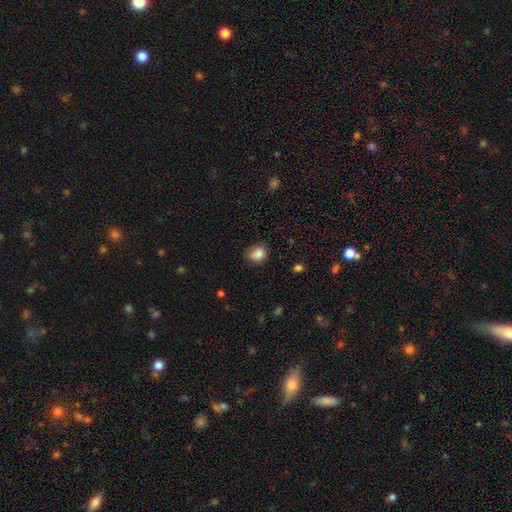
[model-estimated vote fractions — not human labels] This appears to be a smooth galaxy with no disk features (85%) that is round (68%). Merging: none (73%).